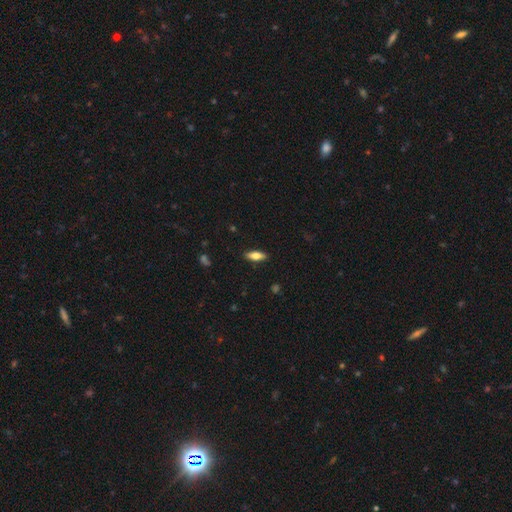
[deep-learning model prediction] This appears to be a smooth galaxy with no disk features (70%) that is in between round and cigar-shaped (68%). Merging: none (89%).